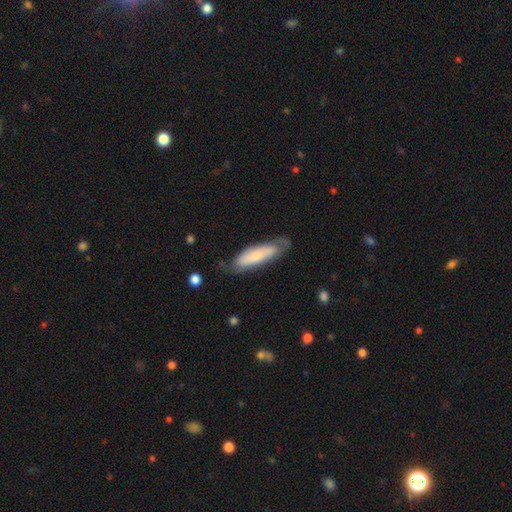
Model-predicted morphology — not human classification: smooth-or-featured: smooth: 56% | featured or disk: 38% | star or artifact: 6%
  how-rounded: cigar-shaped: 54% | in between: 45% | round: 2%
  merging: none: 64% | minor disturbance: 25% | major disturbance: 9% | merger: 2%